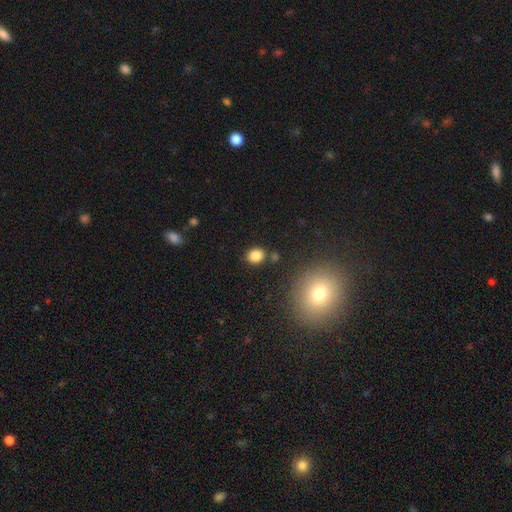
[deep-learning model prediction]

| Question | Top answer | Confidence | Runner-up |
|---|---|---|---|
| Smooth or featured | smooth | 84% | star or artifact (11%) |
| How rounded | round | 63% | in between (36%) |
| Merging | none | 82% | minor disturbance (9%) |